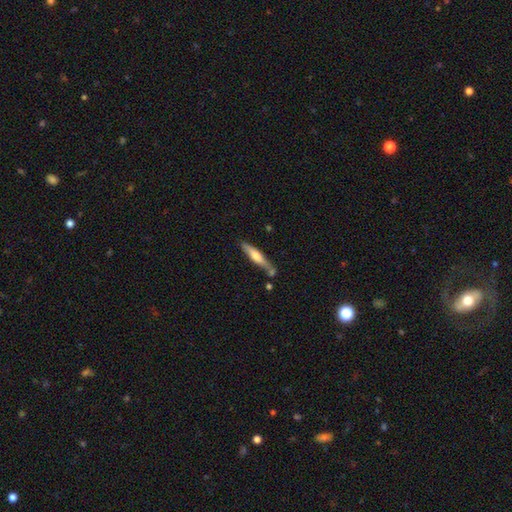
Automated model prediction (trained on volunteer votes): Q: Smooth or featured?
A: smooth (48%); runner-up: featured or disk (47%)
Q: Merging?
A: none (65%); runner-up: minor disturbance (17%)